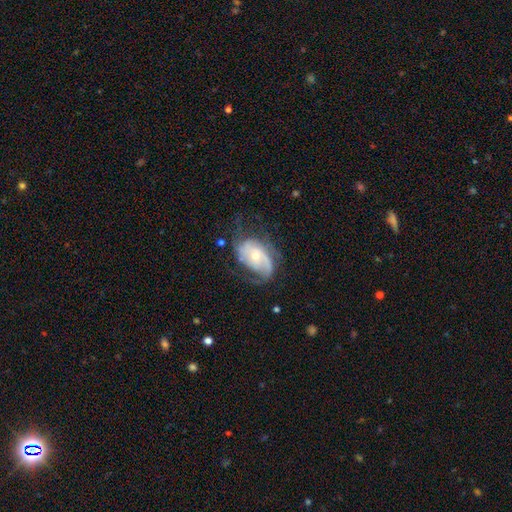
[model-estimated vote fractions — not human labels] Smooth or featured: featured or disk — 74% (smooth — 19%)
Edge-on disk: no — 96% (yes — 4%)
Bar: no — 66% (weak — 26%)
Spiral arms: yes — 86% (no — 14%)
Spiral winding: medium — 38% (loose — 33%)
Spiral arm count: 2 — 44% (1 — 24%)
Bulge size: small — 49% (moderate — 46%)
Merging: none — 50% (minor disturbance — 25%)